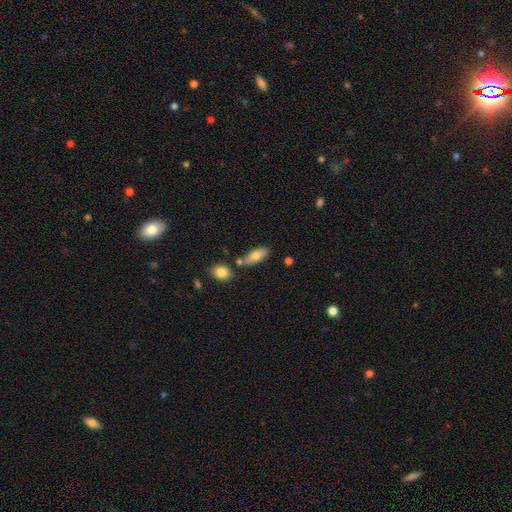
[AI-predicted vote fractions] Smooth or featured?
  - smooth: 77% *
  - featured or disk: 16%
  - star or artifact: 7%
How rounded?
  - in between: 79% *
  - cigar-shaped: 18%
  - round: 3%
Merging?
  - none: 72% *
  - minor disturbance: 13%
  - merger: 12%
  - major disturbance: 3%